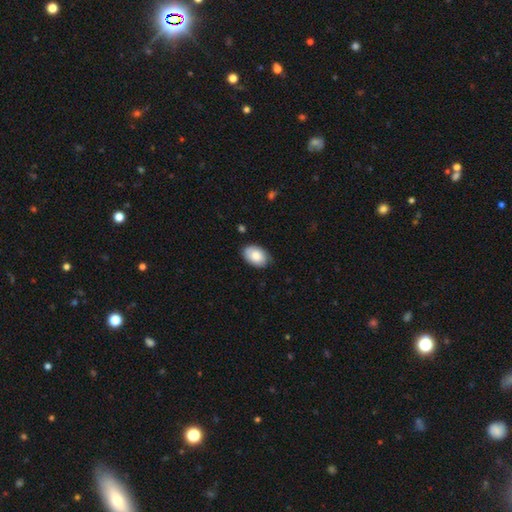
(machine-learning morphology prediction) A smooth galaxy with no disk features (80%) that is in between round and cigar-shaped (87%).

Vote fractions:
- Smooth or featured? smooth: 80% / featured or disk: 14% / star or artifact: 6%
- How rounded? in between: 87% / round: 12% / cigar-shaped: 1%
- Merging? none: 79% / minor disturbance: 17% / major disturbance: 3% / merger: 1%